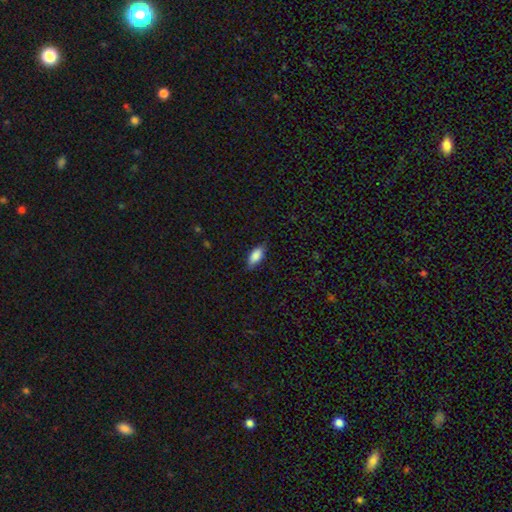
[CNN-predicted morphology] This is clearly a smooth galaxy (84%). How rounded: clearly in between (82%). Merging: clearly none (81%).